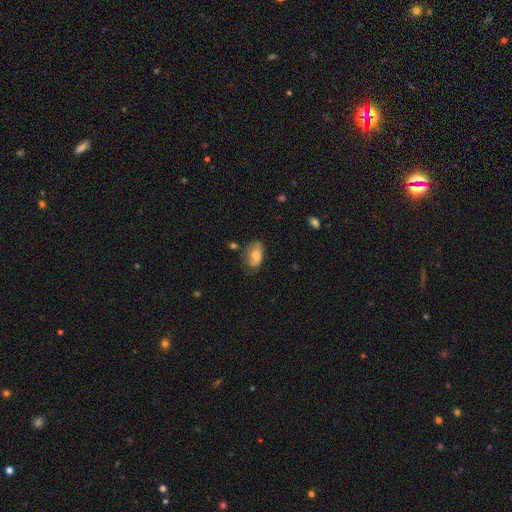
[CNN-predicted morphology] This is likely a smooth galaxy (73%). How rounded: clearly in between (89%). Merging: possibly none (55%).